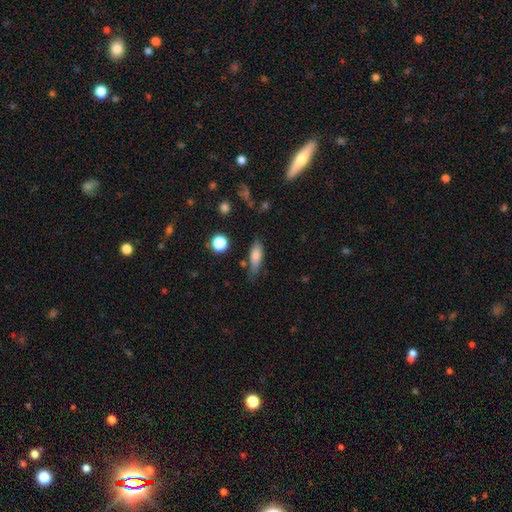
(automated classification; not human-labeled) Morphology: type=smooth (78%); roundness=in between (57%); merging=none (67%).